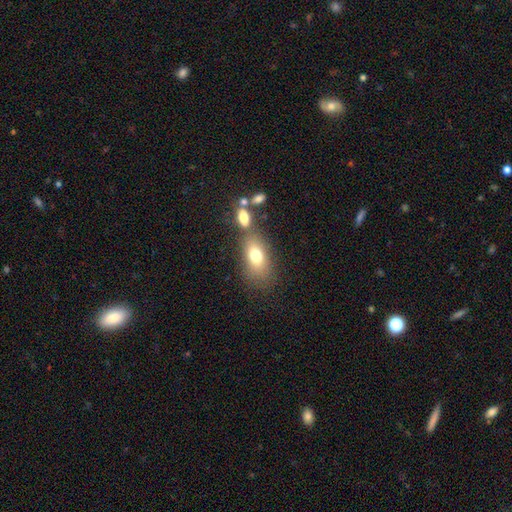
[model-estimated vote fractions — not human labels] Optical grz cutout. It shows a smooth galaxy with no disk features (74%) that is in between round and cigar-shaped (84%). Merging: none (56%).